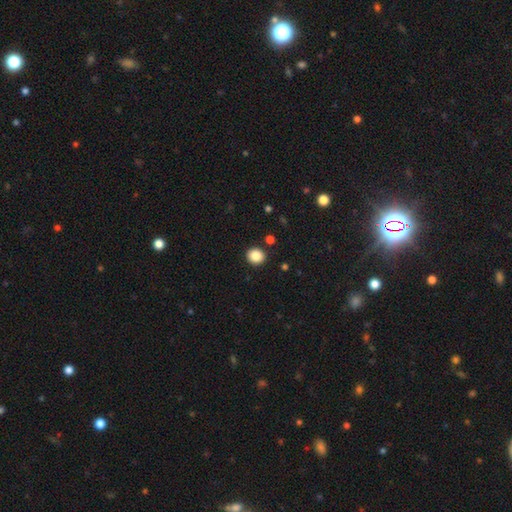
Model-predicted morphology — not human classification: This appears to be a smooth galaxy with no disk features (86%) that is round (82%). Merging: none (91%).